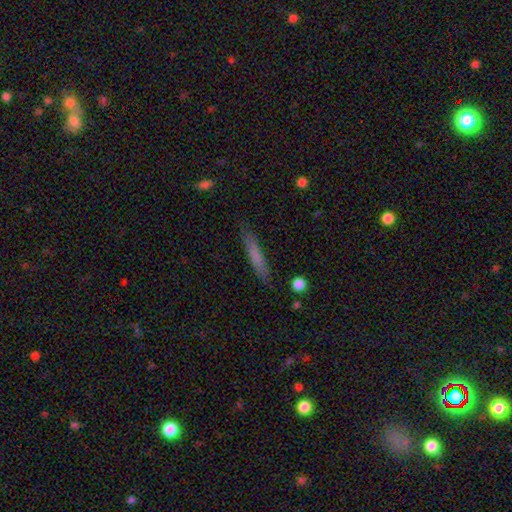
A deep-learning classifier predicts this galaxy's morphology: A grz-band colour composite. It shows a smooth galaxy with no disk features (71%) that is cigar-shaped (93%). Merging: none (86%).